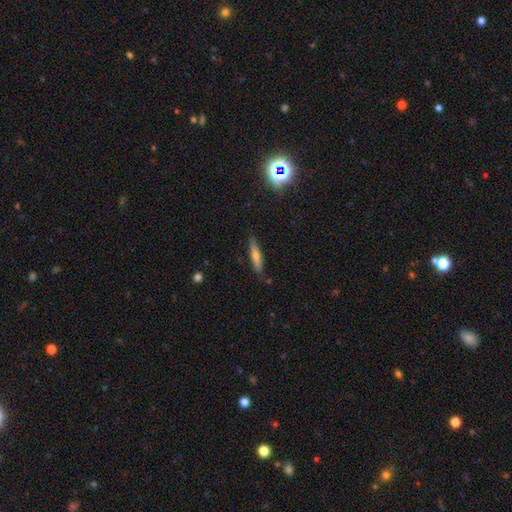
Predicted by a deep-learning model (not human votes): Smooth or featured? smooth (51%)
How rounded? cigar-shaped (84%)
Merging? none (85%)